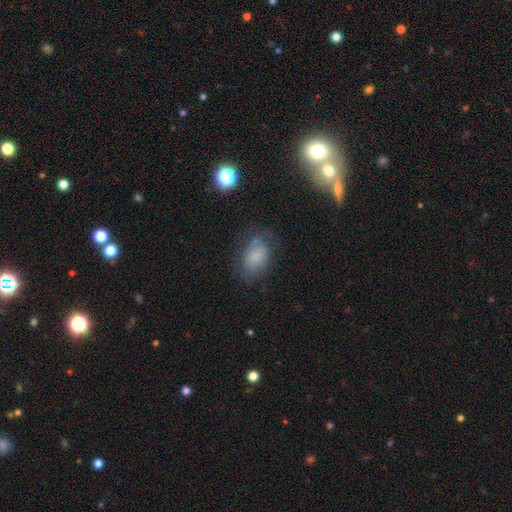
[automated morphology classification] type=smooth (68%); roundness=in between (83%); merging=none (55%).